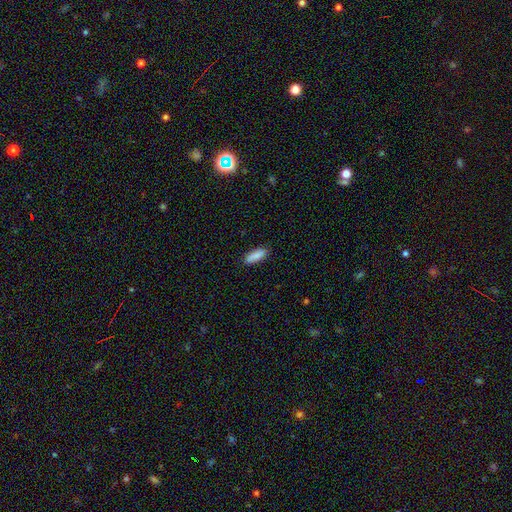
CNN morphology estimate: This appears to be a smooth galaxy with no disk features (89%) that is in between round and cigar-shaped (62%). Merging: none (88%).